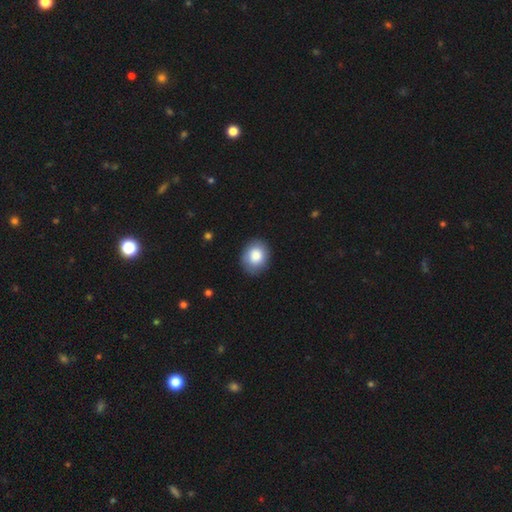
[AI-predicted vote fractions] A smooth galaxy with no disk features (84%) that is round (57%).

Vote fractions:
- Smooth or featured? smooth: 84% / featured or disk: 9% / star or artifact: 7%
- How rounded? round: 57% / in between: 42% / cigar-shaped: 1%
- Merging? none: 86% / minor disturbance: 11% / major disturbance: 2% / merger: 1%